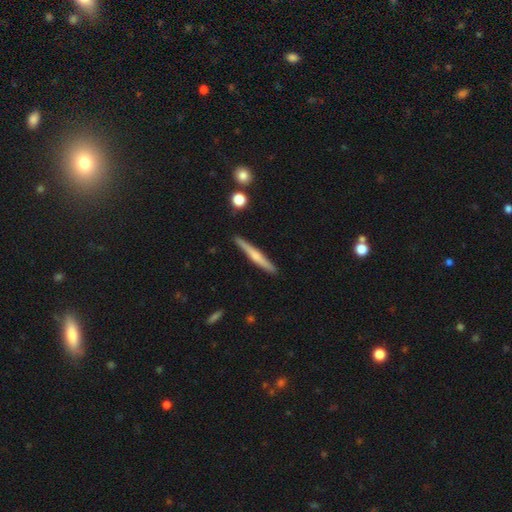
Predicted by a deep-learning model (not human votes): Q: Smooth or featured?
A: featured or disk (54%); runner-up: smooth (41%)
Q: Edge-on disk?
A: yes (97%); runner-up: no (3%)
Q: Edge-on bulge?
A: rounded (62%); runner-up: none (27%)
Q: Merging?
A: none (90%); runner-up: minor disturbance (7%)